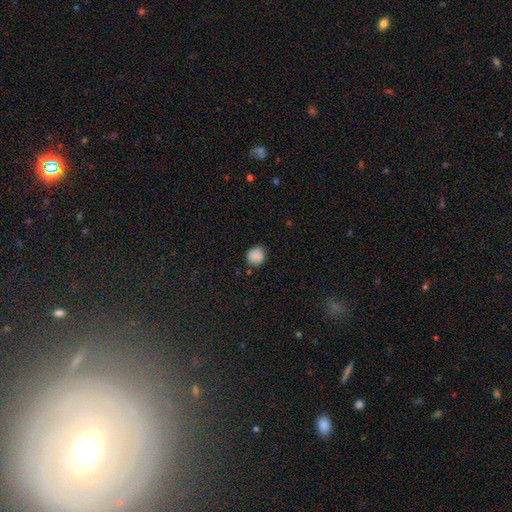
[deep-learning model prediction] Smooth or featured: smooth — 86% (star or artifact — 9%)
How rounded: round — 83% (in between — 16%)
Merging: none — 80% (minor disturbance — 15%)